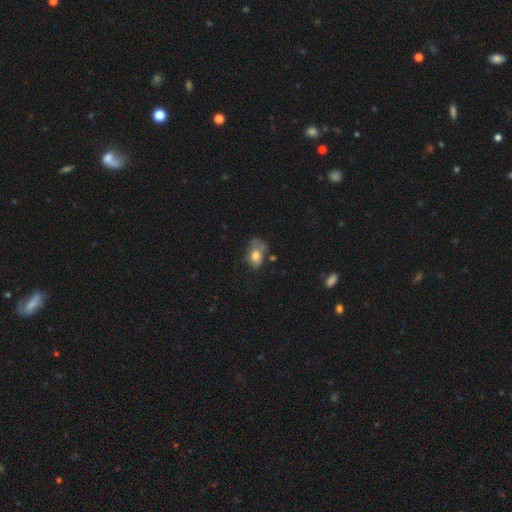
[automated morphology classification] smooth_or_featured: smooth (p=0.65) [alt: featured or disk p=0.26]
how_rounded: in between (p=0.79) [alt: round p=0.19]
merging: none (p=0.34) [alt: minor disturbance p=0.33]